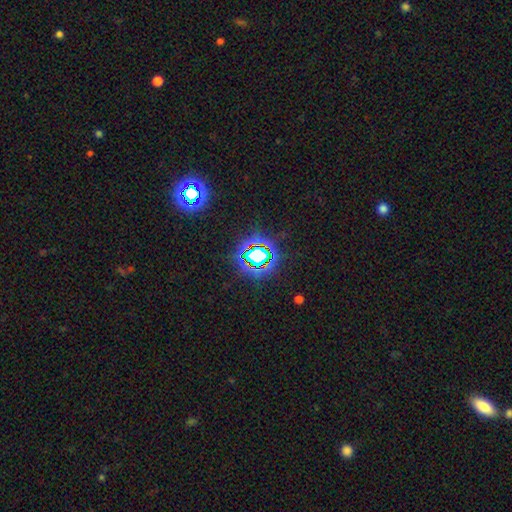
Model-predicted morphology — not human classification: This appears to be a star or artifact, not a galaxy (73%).